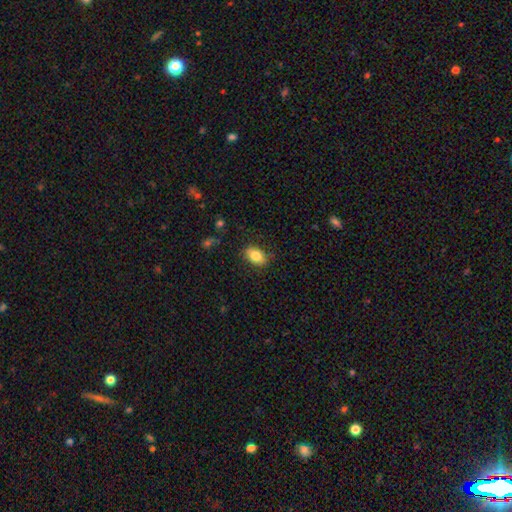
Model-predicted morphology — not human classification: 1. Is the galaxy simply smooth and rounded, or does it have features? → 80% smooth, 12% featured or disk, 8% star or artifact.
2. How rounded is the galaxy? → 86% in between, 11% round, 3% cigar-shaped.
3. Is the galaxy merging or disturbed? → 82% none, 14% minor disturbance, 3% major disturbance, 1% merger.